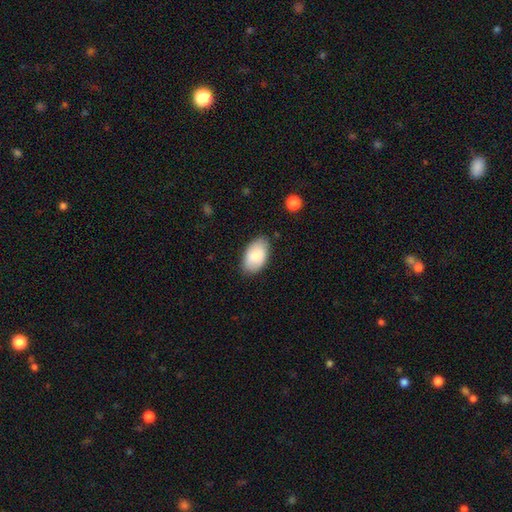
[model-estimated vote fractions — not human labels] The model was most divided on "merging": none: 79%, minor disturbance: 16%, major disturbance: 3%, merger: 1%. More confident: how rounded — in between (94%); smooth or featured — smooth (83%).